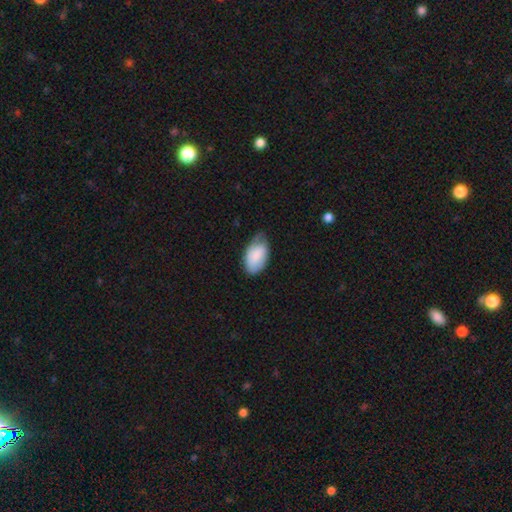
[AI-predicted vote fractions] This appears to be a smooth galaxy with no disk features (80%) that is in between round and cigar-shaped (94%). Merging: none (47%).